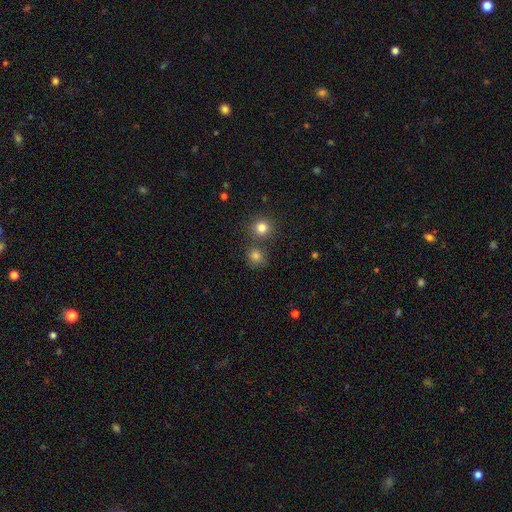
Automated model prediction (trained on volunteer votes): This is likely a smooth galaxy (79%). How rounded: clearly round (85%). Merging: likely none (68%).